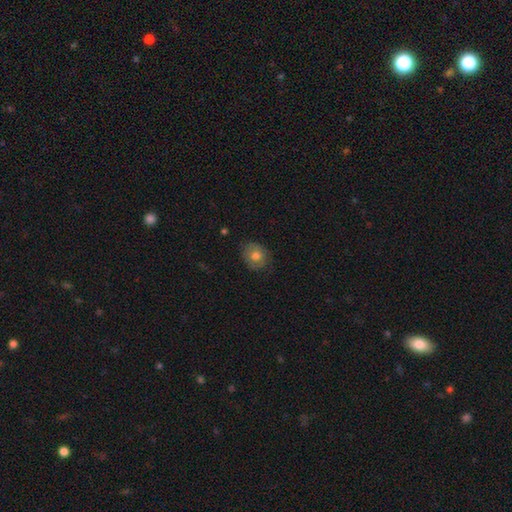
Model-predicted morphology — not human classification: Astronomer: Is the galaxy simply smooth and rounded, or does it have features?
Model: smooth — 72%.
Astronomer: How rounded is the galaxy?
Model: round — 68%.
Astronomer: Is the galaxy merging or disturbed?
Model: none — 78%.